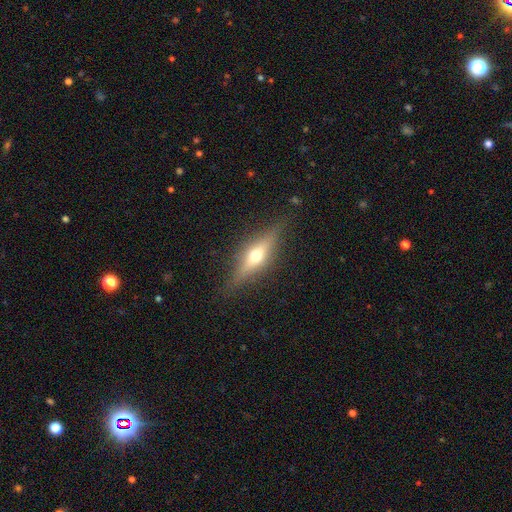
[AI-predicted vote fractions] Q: Smooth or featured?
A: featured or disk (63%); runner-up: smooth (29%)
Q: Edge-on disk?
A: yes (94%); runner-up: no (6%)
Q: Edge-on bulge?
A: rounded (94%); runner-up: boxy (4%)
Q: Merging?
A: none (86%); runner-up: minor disturbance (10%)